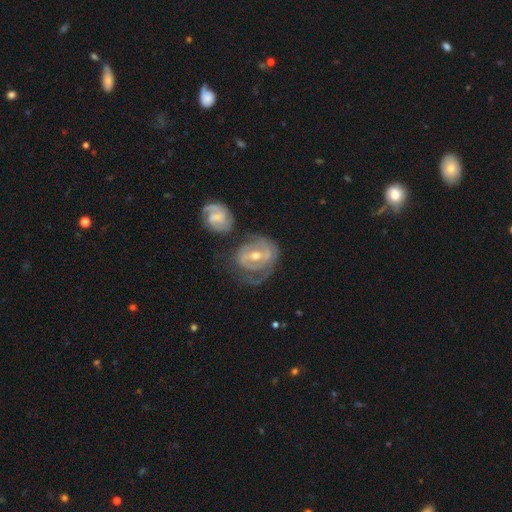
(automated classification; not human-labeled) Overall: featured or disk (80%). Edge-on disk: no (96%). Bar: weak (41%; strong 37%). Spiral arms: yes (78%). Spiral arm count: 2 (44%; can't tell 32%). Spiral winding: tight (60%; medium 30%). Bulge size: moderate (61%; small 36%). Merging: none (52%; minor disturbance 21%).